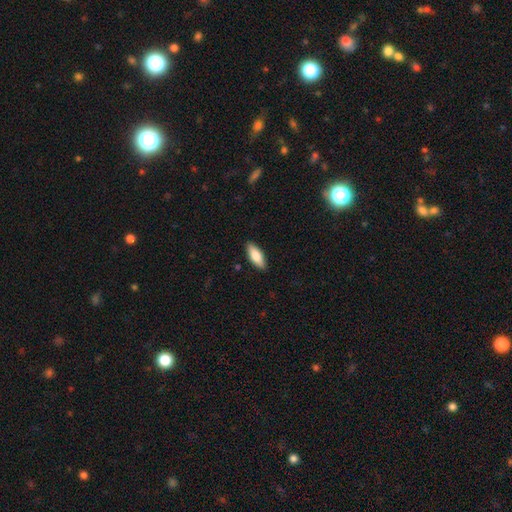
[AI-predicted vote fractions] smooth-or-featured: smooth: 80% | featured or disk: 14% | star or artifact: 6%
  how-rounded: in between: 75% | cigar-shaped: 23% | round: 2%
  merging: none: 89% | minor disturbance: 8% | major disturbance: 2% | merger: 1%